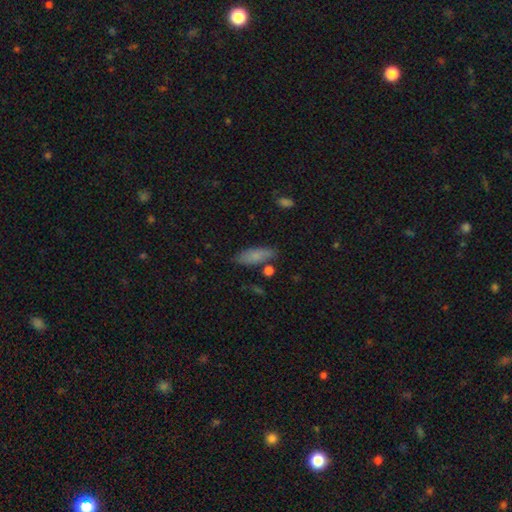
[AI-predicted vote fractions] The model was most divided on "how rounded": in between: 65%, cigar-shaped: 33%, round: 3%. More confident: smooth or featured — smooth (80%); merging — none (74%).